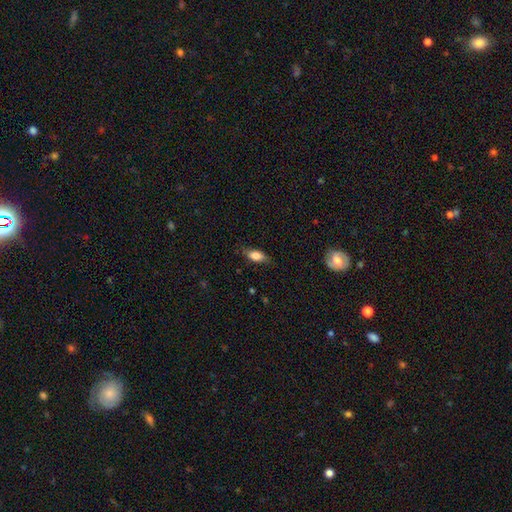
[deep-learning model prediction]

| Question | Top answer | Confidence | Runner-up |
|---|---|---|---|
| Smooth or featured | smooth | 81% | featured or disk (12%) |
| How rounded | in between | 83% | cigar-shaped (13%) |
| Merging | none | 72% | minor disturbance (21%) |